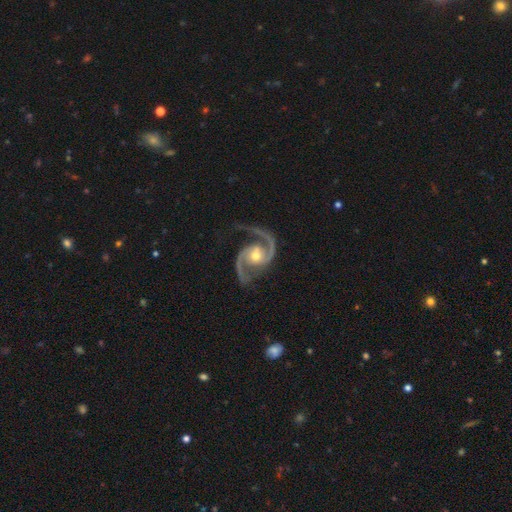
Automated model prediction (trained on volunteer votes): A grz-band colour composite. It shows a featured or disk galaxy (94%) with no bar (61%), 2 (94%) medium (61%) spiral arms (99%) and a moderate central bulge (66%). Merging: none (76%).